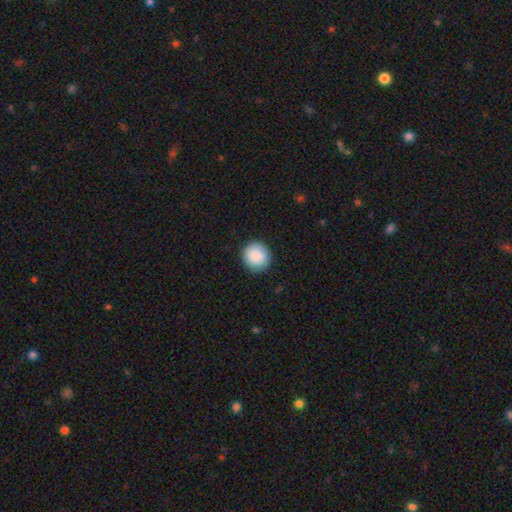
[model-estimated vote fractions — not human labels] Smooth or featured? smooth (89%)
How rounded? round (93%)
Merging? none (90%)